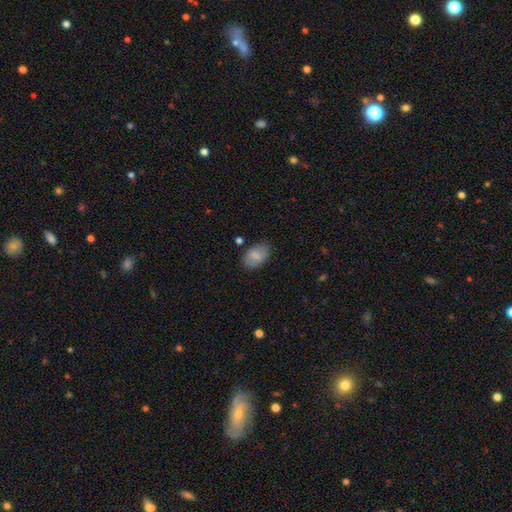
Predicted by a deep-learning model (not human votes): This is likely a smooth galaxy (80%). How rounded: clearly in between (89%). Merging: likely none (79%).